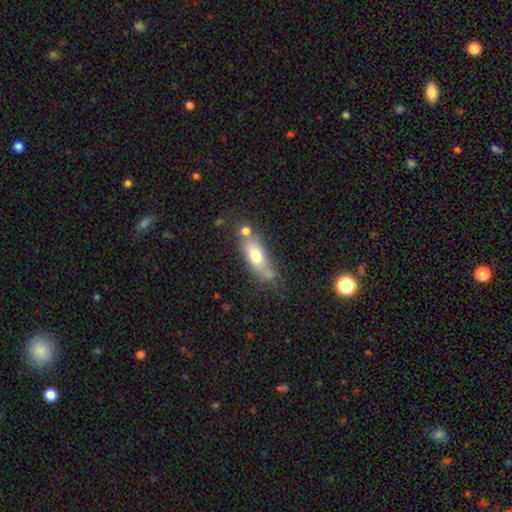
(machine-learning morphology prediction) smooth_or_featured: smooth (p=0.66) [alt: featured or disk p=0.26]
how_rounded: in between (p=0.65) [alt: cigar-shaped p=0.30]
merging: none (p=0.55) [alt: merger p=0.20]